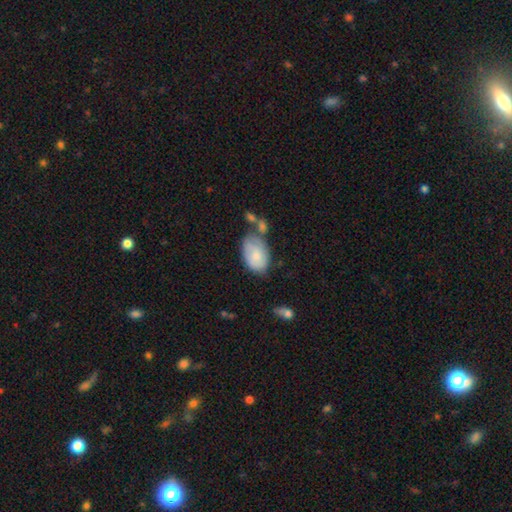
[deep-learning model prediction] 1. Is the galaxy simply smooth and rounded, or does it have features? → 75% smooth, 19% featured or disk, 6% star or artifact.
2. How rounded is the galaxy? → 90% in between, 9% round, 1% cigar-shaped.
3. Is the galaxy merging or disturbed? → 46% none, 28% minor disturbance, 16% merger, 10% major disturbance.